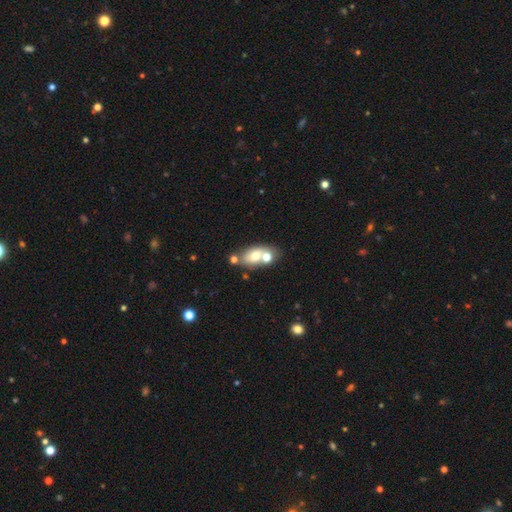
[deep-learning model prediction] Smooth or featured? smooth (62%)
How rounded? in between (81%)
Merging? none (48%)